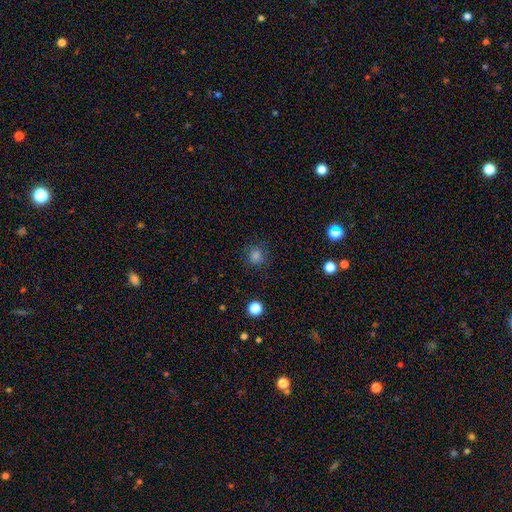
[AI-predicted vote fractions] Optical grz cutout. It shows a smooth galaxy with no disk features (78%) that is round (87%). Merging: none (84%).